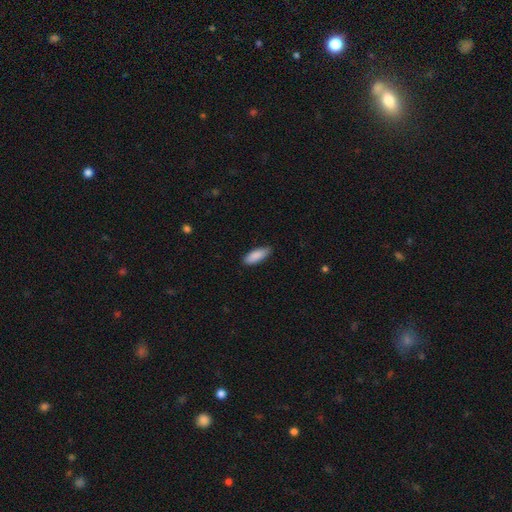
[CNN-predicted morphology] This is clearly a smooth galaxy (89%). How rounded: likely in between (66%). Merging: clearly none (83%).